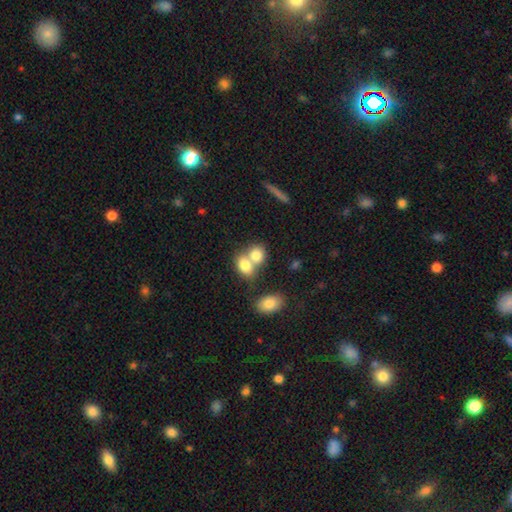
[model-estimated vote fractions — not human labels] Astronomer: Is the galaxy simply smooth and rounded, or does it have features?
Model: smooth — 78%.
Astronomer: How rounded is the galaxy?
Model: in between — 52% (runner-up: round, 47%).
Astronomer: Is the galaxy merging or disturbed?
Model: merger — 64%.